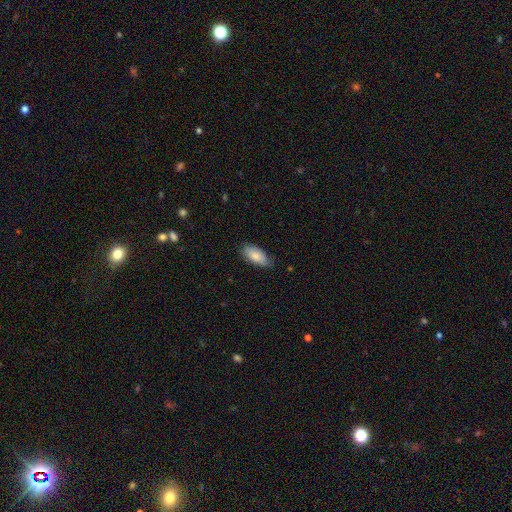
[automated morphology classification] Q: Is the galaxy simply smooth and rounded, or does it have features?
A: smooth — 82%.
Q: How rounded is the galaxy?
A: in between — 91%.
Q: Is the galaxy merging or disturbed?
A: none — 75%.